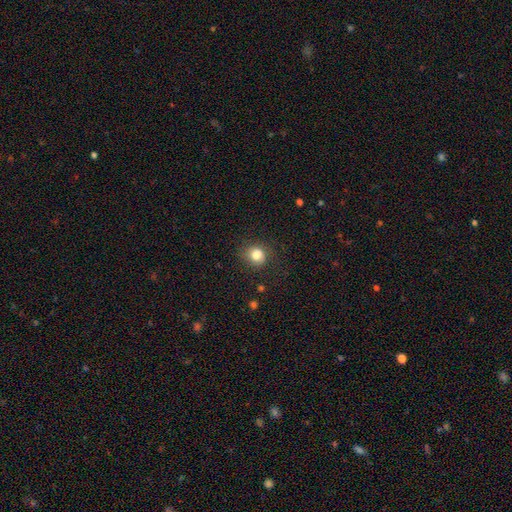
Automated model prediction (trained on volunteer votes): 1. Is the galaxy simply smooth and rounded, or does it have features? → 83% smooth, 11% star or artifact, 6% featured or disk.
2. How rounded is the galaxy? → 73% round, 26% in between, 1% cigar-shaped.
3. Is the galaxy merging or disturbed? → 74% none, 17% minor disturbance, 6% major disturbance, 2% merger.